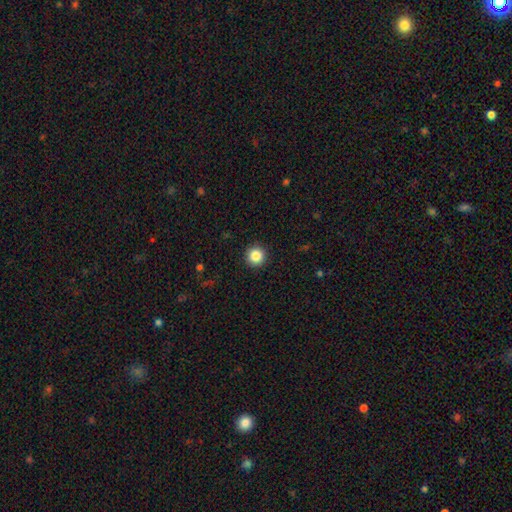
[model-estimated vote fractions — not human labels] This is clearly a smooth galaxy (86%). How rounded: clearly round (96%). Merging: clearly none (93%).